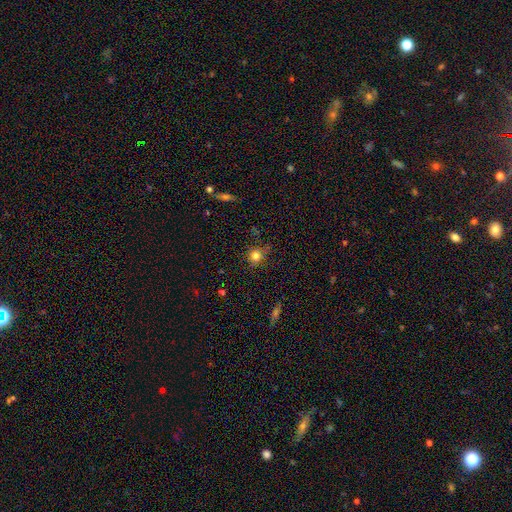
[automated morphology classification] Smooth or featured?
  - smooth: 80% *
  - star or artifact: 13%
  - featured or disk: 6%
How rounded?
  - round: 83% *
  - in between: 16%
  - cigar-shaped: 1%
Merging?
  - none: 77% *
  - minor disturbance: 17%
  - major disturbance: 4%
  - merger: 2%